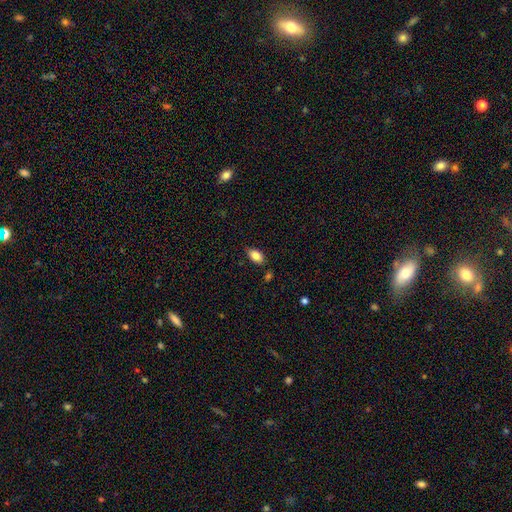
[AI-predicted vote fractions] Smooth or featured? Predicted: smooth (p=0.86). How rounded? Predicted: in between (p=0.90). Merging? Predicted: none (p=0.77).